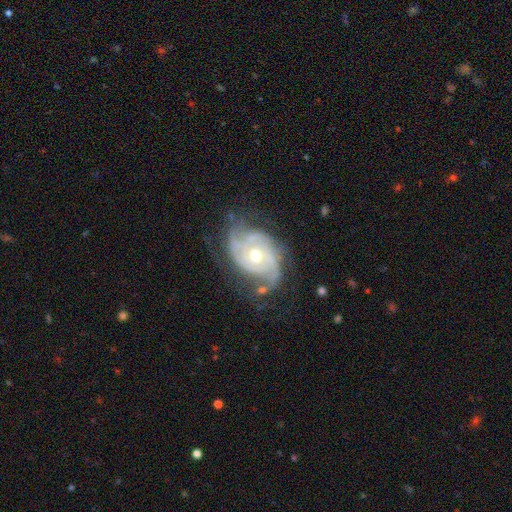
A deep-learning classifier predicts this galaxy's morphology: smooth_or_featured: featured or disk (p=0.89) [alt: smooth p=0.06]
disk_edge_on: no (p=0.97) [alt: yes p=0.03]
bar: no (p=0.71) [alt: weak p=0.23]
has_spiral_arms: yes (p=0.96) [alt: no p=0.04]
spiral_winding: tight (p=0.61) [alt: medium p=0.31]
spiral_arm_count: 3 (p=0.30) [alt: 2 p=0.25]
bulge_size: moderate (p=0.72) [alt: small p=0.22]
merging: none (p=0.63) [alt: minor disturbance p=0.24]